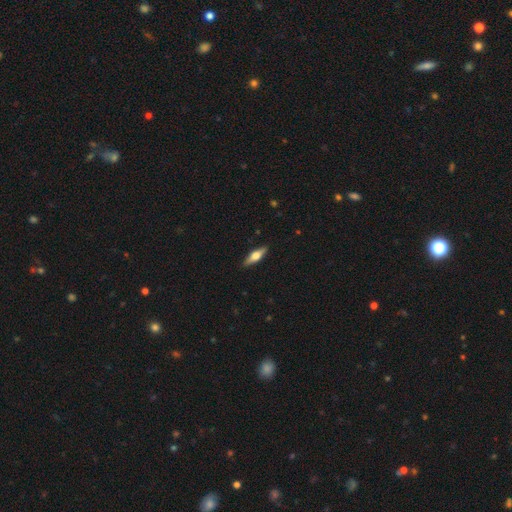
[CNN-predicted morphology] featured or disk 49%, smooth 45%, star or artifact 6%. Down the decision tree: merging — none (88%).